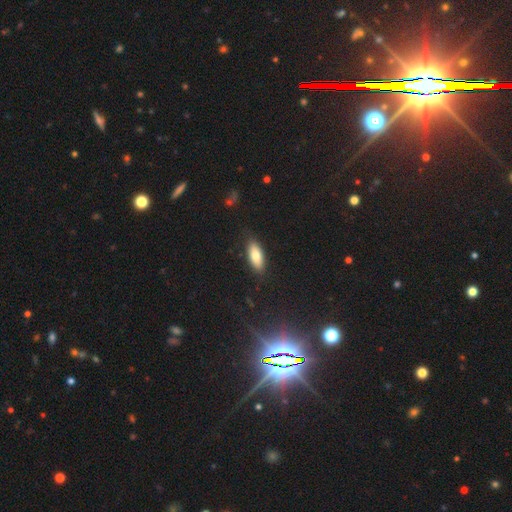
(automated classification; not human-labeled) Smooth or featured? smooth (78%)
How rounded? in between (78%)
Merging? none (85%)